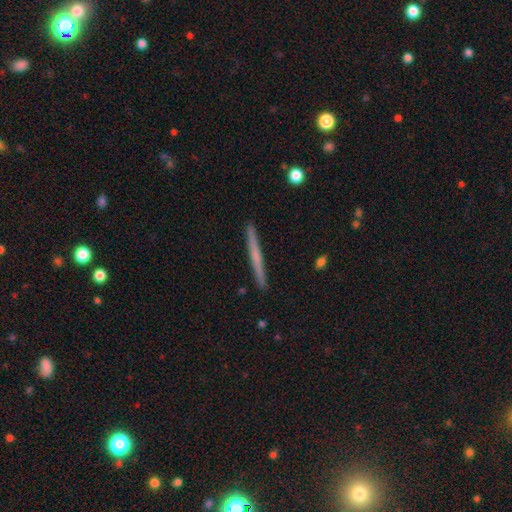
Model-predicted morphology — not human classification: smooth_or_featured: featured or disk (p=0.52) [alt: smooth p=0.42]
disk_edge_on: yes (p=0.98) [alt: no p=0.02]
edge_on_bulge: none (p=0.72) [alt: rounded p=0.22]
merging: none (p=0.92) [alt: minor disturbance p=0.05]